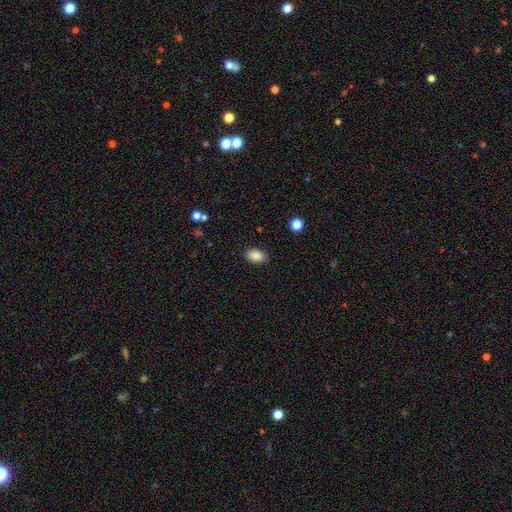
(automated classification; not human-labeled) Morphology: type=smooth (88%); roundness=in between (87%); merging=none (86%).